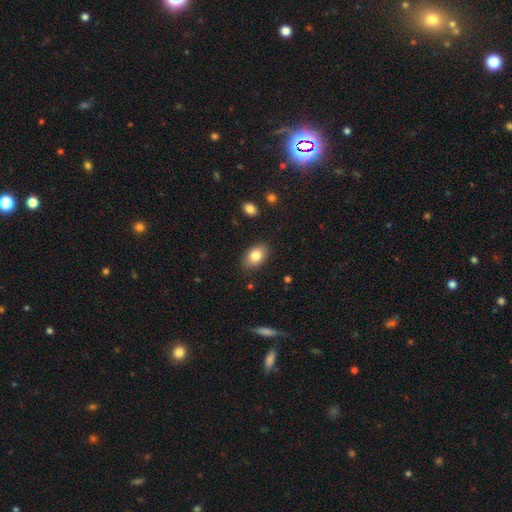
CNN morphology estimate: Smooth or featured: smooth — 82% (featured or disk — 10%)
How rounded: in between — 88% (round — 11%)
Merging: none — 85% (minor disturbance — 11%)